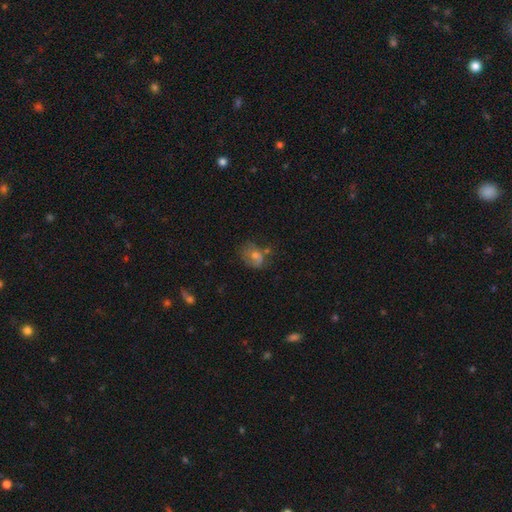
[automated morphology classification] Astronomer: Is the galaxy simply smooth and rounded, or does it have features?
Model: smooth — 51% (runner-up: featured or disk, 31%).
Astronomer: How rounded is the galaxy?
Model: in between — 58% (runner-up: round, 41%).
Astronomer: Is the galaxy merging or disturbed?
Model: none — 47% (runner-up: minor disturbance, 26%).